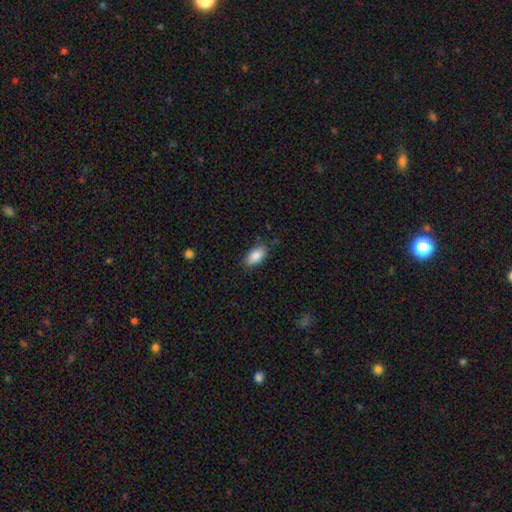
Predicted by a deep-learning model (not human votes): Smooth or featured?
  - smooth: 87% *
  - star or artifact: 7%
  - featured or disk: 6%
How rounded?
  - in between: 92% *
  - cigar-shaped: 6%
  - round: 3%
Merging?
  - none: 82% *
  - minor disturbance: 14%
  - major disturbance: 3%
  - merger: 1%